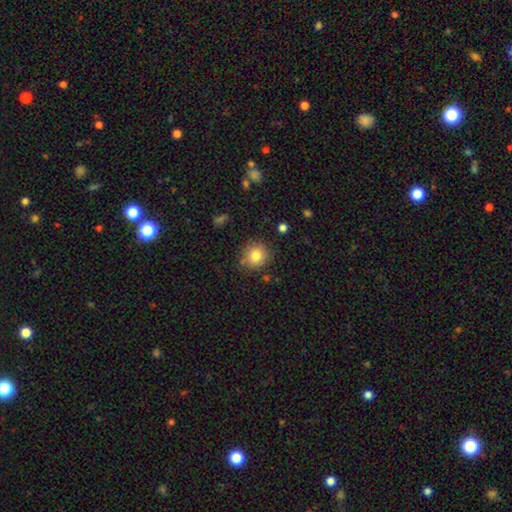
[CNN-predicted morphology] smooth 81%, star or artifact 10%, featured or disk 8%. Down the decision tree: how rounded — round (86%); merging — none (81%).